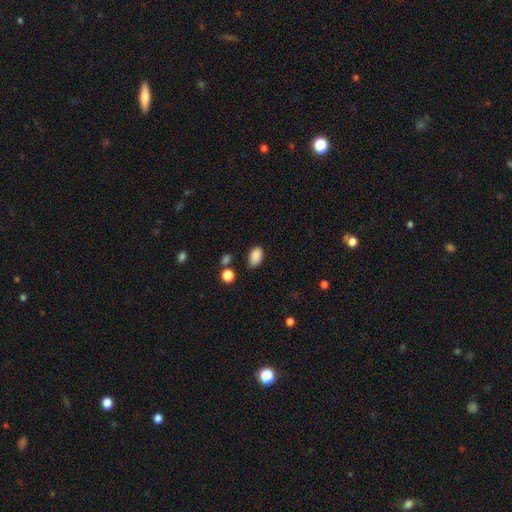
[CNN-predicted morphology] Smooth or featured?
  - smooth: 87% *
  - star or artifact: 9%
  - featured or disk: 4%
How rounded?
  - in between: 88% *
  - round: 10%
  - cigar-shaped: 1%
Merging?
  - none: 72% *
  - minor disturbance: 20%
  - major disturbance: 5%
  - merger: 4%